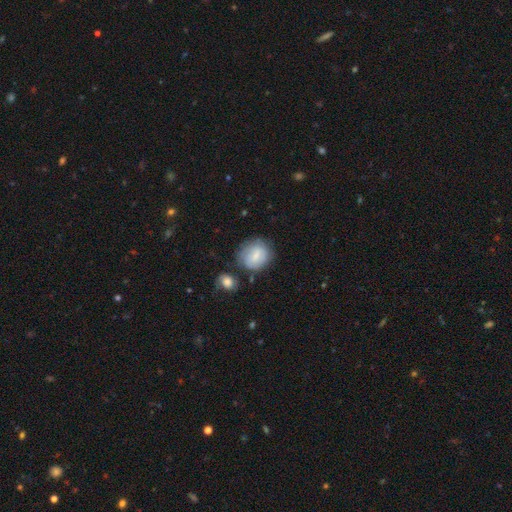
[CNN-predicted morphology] This is likely a smooth galaxy (67%). How rounded: likely round (74%). Merging: likely none (65%).